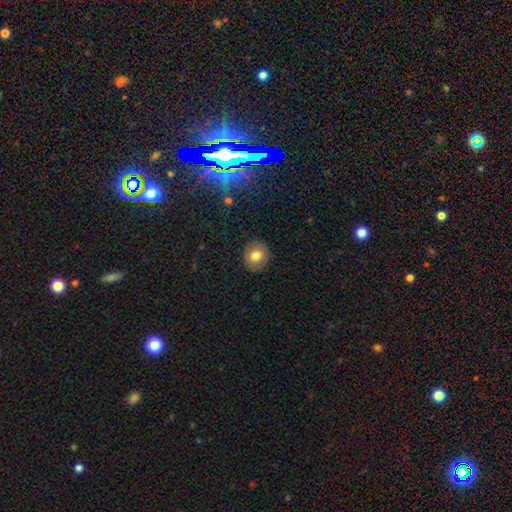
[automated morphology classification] smooth-or-featured: smooth: 78% | featured or disk: 12% | star or artifact: 9%
  how-rounded: round: 83% | in between: 16% | cigar-shaped: 1%
  merging: none: 89% | minor disturbance: 8% | major disturbance: 2% | merger: 1%